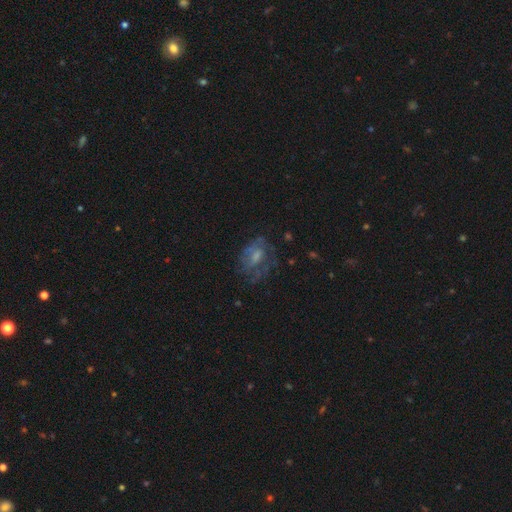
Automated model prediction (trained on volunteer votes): Smooth or featured?
  - featured or disk: 57% *
  - smooth: 25%
  - star or artifact: 18%
Edge-on disk?
  - no: 95% *
  - yes: 5%
Bar?
  - no: 49% *
  - weak: 40%
  - strong: 10%
Spiral arms?
  - yes: 65% *
  - no: 35%
Bulge size?
  - moderate: 42% *
  - small: 37%
  - none: 13%
  - large: 6%
  - dominant: 1%
Merging?
  - none: 62% *
  - minor disturbance: 20%
  - major disturbance: 16%
  - merger: 2%